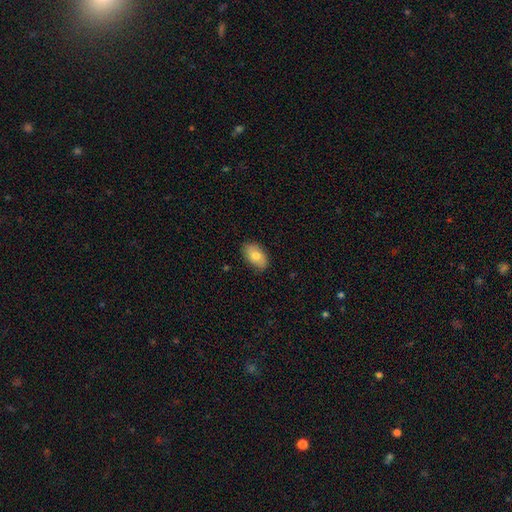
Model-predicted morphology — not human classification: This appears to be a smooth galaxy with no disk features (78%) that is in between round and cigar-shaped (92%). Merging: none (81%).